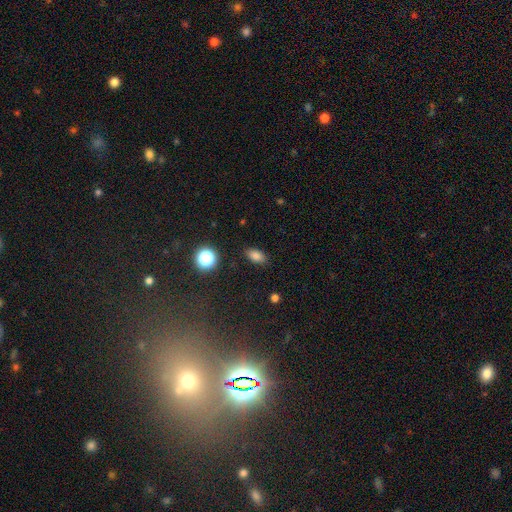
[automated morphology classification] Q: Smooth or featured?
A: smooth (82%); runner-up: star or artifact (13%)
Q: How rounded?
A: in between (88%); runner-up: round (8%)
Q: Merging?
A: none (87%); runner-up: minor disturbance (9%)